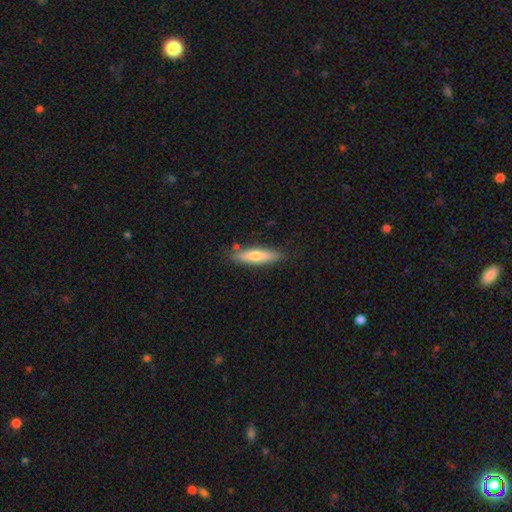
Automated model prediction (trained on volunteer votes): smooth 63%, featured or disk 31%, star or artifact 6%. Down the decision tree: how rounded — cigar-shaped (75%); merging — none (84%).